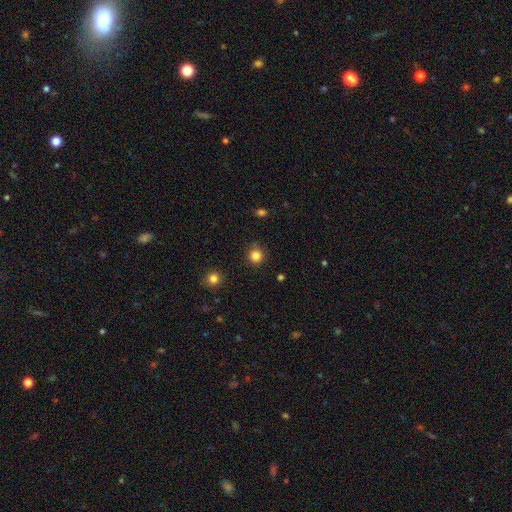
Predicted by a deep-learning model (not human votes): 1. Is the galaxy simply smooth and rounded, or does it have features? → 83% smooth, 13% star or artifact, 4% featured or disk.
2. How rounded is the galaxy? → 93% round, 6% in between, 1% cigar-shaped.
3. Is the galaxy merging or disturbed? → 87% none, 8% minor disturbance, 2% major disturbance, 2% merger.